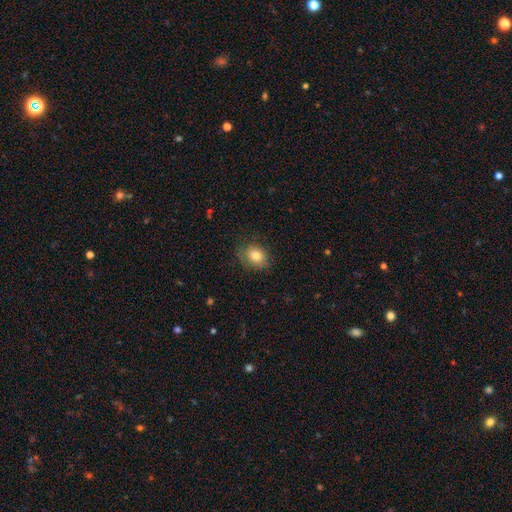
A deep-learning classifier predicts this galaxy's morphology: Smooth or featured? Predicted: smooth (p=0.80). How rounded? Predicted: in between (p=0.52). Merging? Predicted: none (p=0.75).